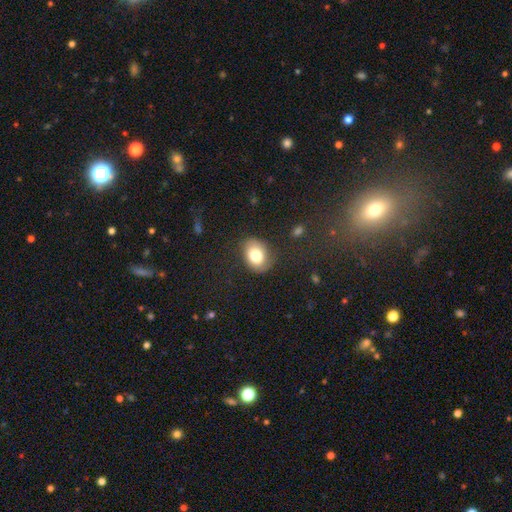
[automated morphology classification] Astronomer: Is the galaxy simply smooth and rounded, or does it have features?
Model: smooth — 76%.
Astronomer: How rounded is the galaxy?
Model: in between — 66%.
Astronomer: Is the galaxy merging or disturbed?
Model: none — 77%.